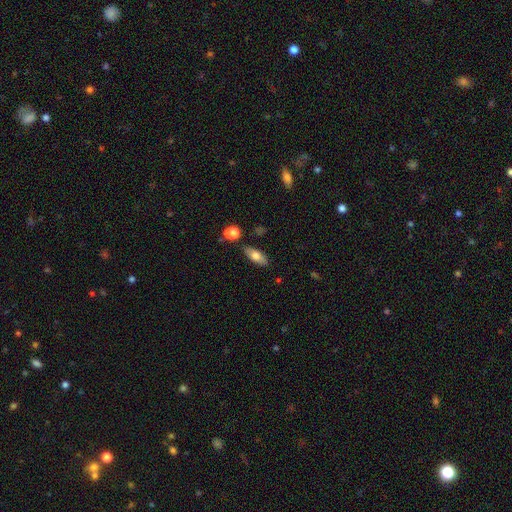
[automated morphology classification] Q: Smooth or featured?
A: smooth (70%); runner-up: featured or disk (22%)
Q: How rounded?
A: in between (76%); runner-up: cigar-shaped (21%)
Q: Merging?
A: none (81%); runner-up: minor disturbance (11%)